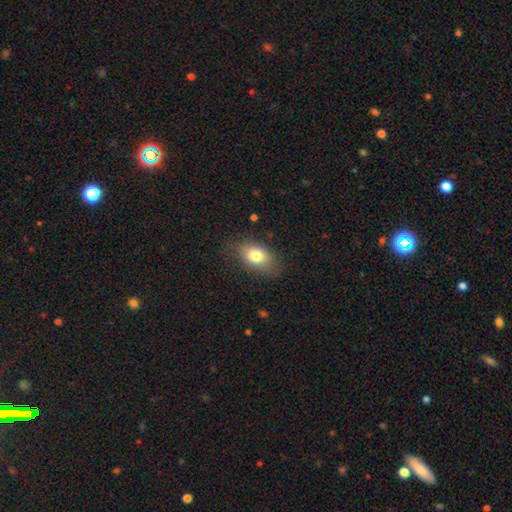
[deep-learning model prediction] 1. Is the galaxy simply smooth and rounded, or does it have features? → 79% smooth, 13% featured or disk, 8% star or artifact.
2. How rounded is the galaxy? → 87% in between, 11% round, 2% cigar-shaped.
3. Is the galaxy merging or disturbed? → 76% none, 17% minor disturbance, 5% major disturbance, 1% merger.